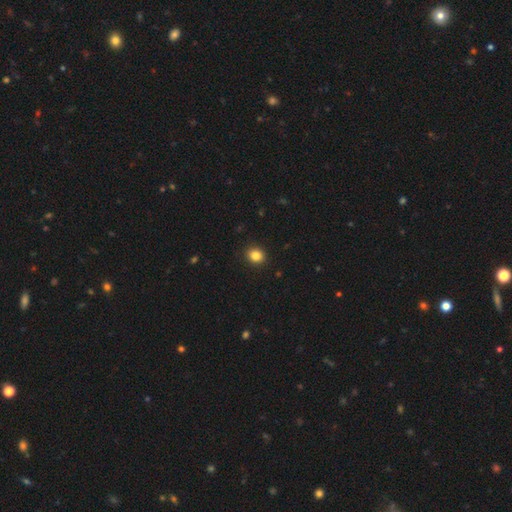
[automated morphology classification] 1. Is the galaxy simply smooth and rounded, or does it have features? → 84% smooth, 11% star or artifact, 5% featured or disk.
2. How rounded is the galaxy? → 73% round, 26% in between, 1% cigar-shaped.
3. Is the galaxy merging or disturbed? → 92% none, 6% minor disturbance, 2% major disturbance, 1% merger.